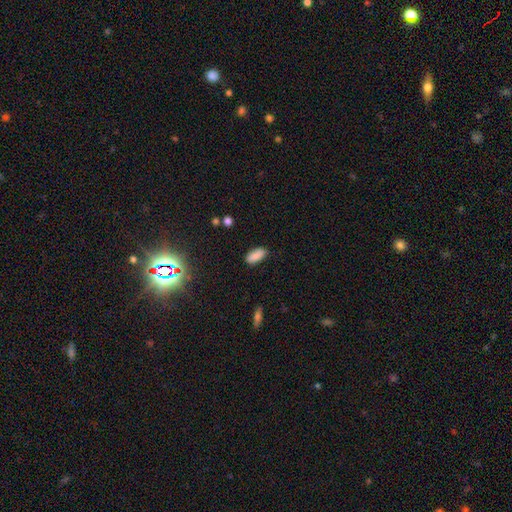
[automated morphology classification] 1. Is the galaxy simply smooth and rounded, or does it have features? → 87% smooth, 9% star or artifact, 4% featured or disk.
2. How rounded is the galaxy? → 86% in between, 12% cigar-shaped, 2% round.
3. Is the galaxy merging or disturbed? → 83% none, 13% minor disturbance, 3% major disturbance, 2% merger.